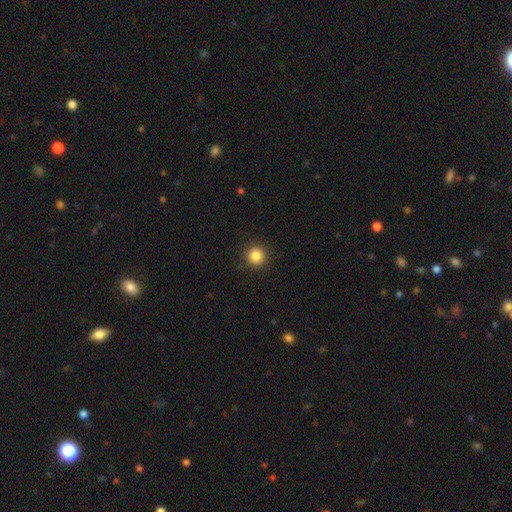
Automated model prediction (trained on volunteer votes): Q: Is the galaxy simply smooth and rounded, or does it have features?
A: smooth — 85%.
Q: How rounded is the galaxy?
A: round — 94%.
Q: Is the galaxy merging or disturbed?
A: none — 91%.